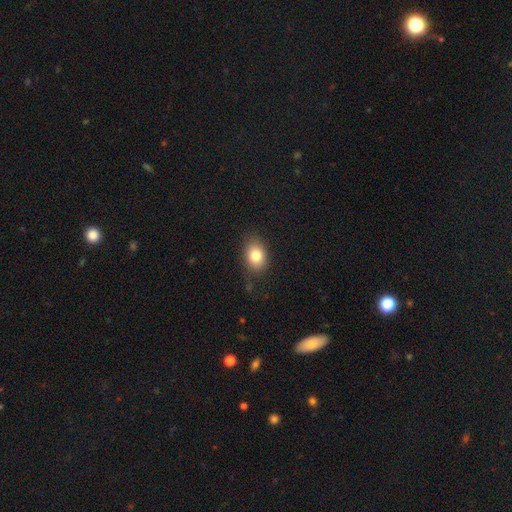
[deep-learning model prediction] smooth_or_featured: smooth (p=0.80) [alt: featured or disk p=0.10]
how_rounded: in between (p=0.68) [alt: round p=0.31]
merging: none (p=0.80) [alt: minor disturbance p=0.15]